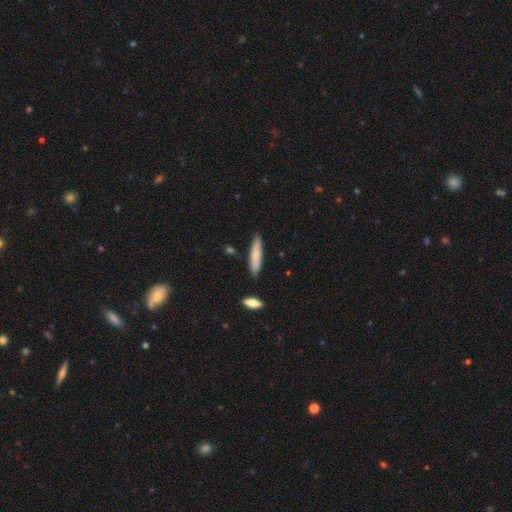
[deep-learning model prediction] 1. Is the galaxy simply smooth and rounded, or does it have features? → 76% smooth, 18% featured or disk, 6% star or artifact.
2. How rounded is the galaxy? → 82% cigar-shaped, 16% in between, 1% round.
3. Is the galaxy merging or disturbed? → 86% none, 10% minor disturbance, 3% merger, 2% major disturbance.